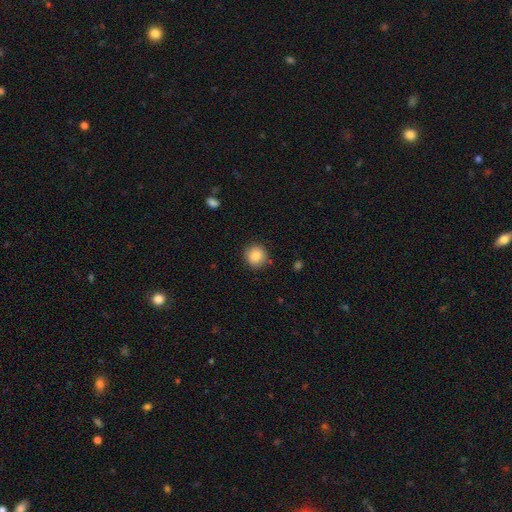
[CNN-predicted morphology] Smooth or featured? smooth (87%)
How rounded? round (90%)
Merging? none (86%)